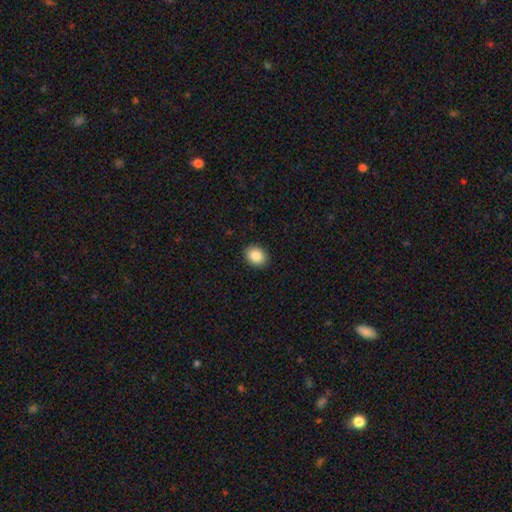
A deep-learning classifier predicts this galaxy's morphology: A smooth galaxy with no disk features (87%) that is in between round and cigar-shaped (51%). Merging: none (91%).